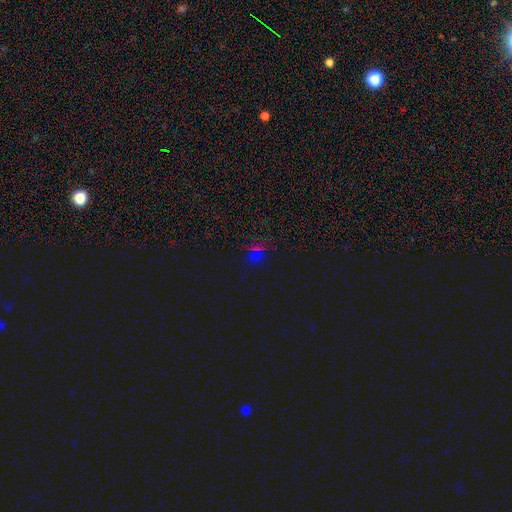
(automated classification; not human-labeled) Smooth or featured? star or artifact (56%)